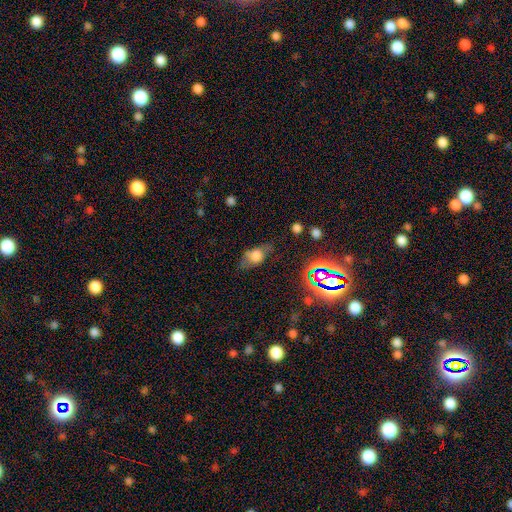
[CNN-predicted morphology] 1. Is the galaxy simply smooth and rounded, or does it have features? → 58% smooth, 27% featured or disk, 15% star or artifact.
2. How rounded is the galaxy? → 75% in between, 17% round, 8% cigar-shaped.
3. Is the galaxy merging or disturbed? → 64% none, 23% minor disturbance, 10% major disturbance, 3% merger.